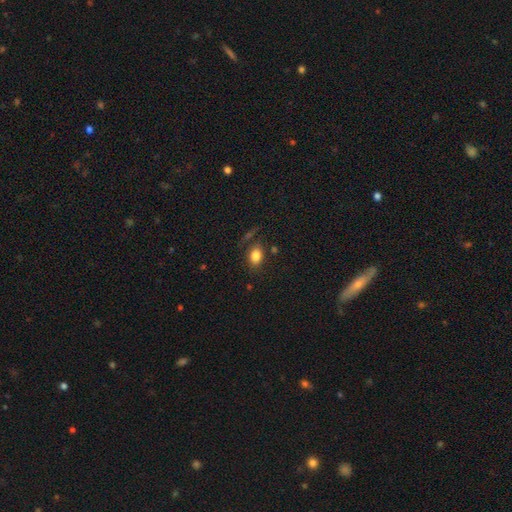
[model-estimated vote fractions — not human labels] Q: Smooth or featured?
A: smooth (82%); runner-up: star or artifact (10%)
Q: How rounded?
A: in between (79%); runner-up: round (20%)
Q: Merging?
A: none (74%); runner-up: minor disturbance (14%)